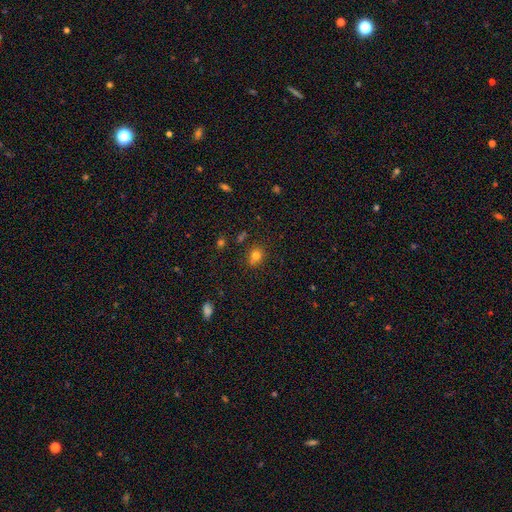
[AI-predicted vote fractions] Smooth or featured? smooth (76%)
How rounded? round (64%)
Merging? none (76%)